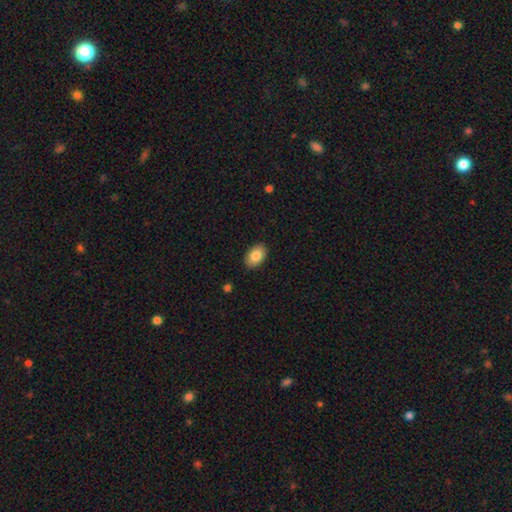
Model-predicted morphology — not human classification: Smooth or featured: smooth — 84% (featured or disk — 9%)
How rounded: in between — 90% (round — 9%)
Merging: none — 88% (minor disturbance — 9%)